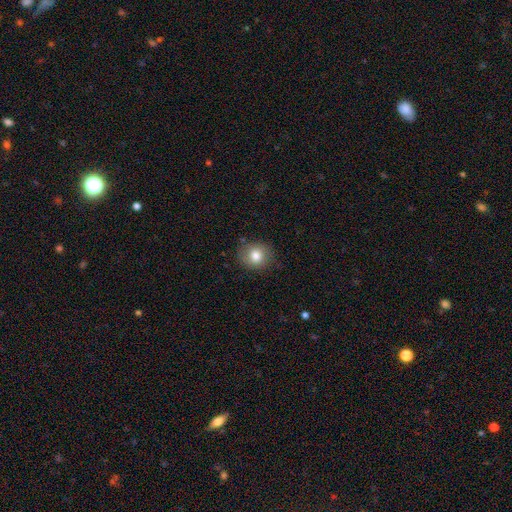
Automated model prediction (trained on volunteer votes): Smooth or featured?
  - smooth: 81% *
  - featured or disk: 10%
  - star or artifact: 9%
How rounded?
  - round: 76% *
  - in between: 23%
  - cigar-shaped: 1%
Merging?
  - none: 82% *
  - minor disturbance: 13%
  - major disturbance: 3%
  - merger: 1%